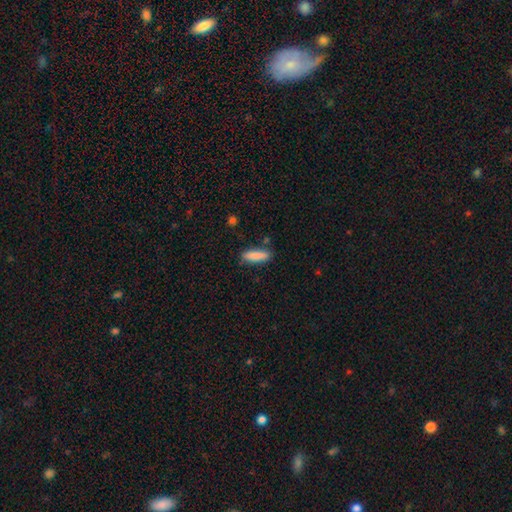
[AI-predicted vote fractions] A smooth galaxy with no disk features (86%) that is cigar-shaped (61%). Merging: none (82%).